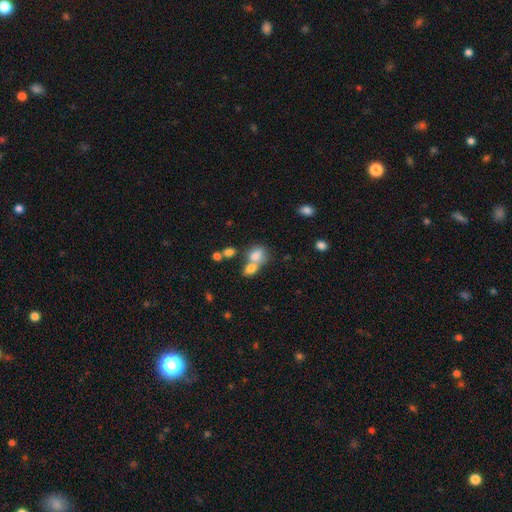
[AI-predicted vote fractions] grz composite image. It shows a smooth galaxy with no disk features (77%) that is in between round and cigar-shaped (58%). Merging: merger (57%).